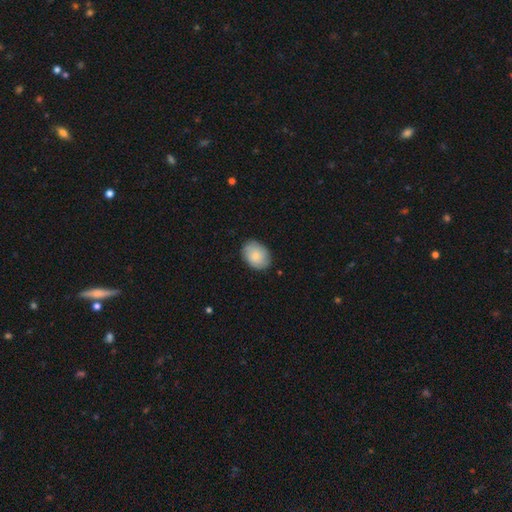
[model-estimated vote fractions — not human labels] Smooth or featured? smooth (80%)
How rounded? in between (69%)
Merging? none (83%)